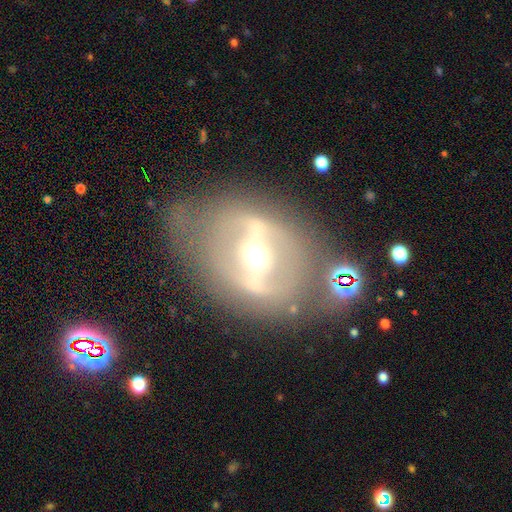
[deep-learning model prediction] Overall: featured or disk (78%). Edge-on disk: no (85%). Bar: strong (73%). Spiral arms: no (67%; yes 33%). Bulge size: moderate (66%). Merging: none (66%).